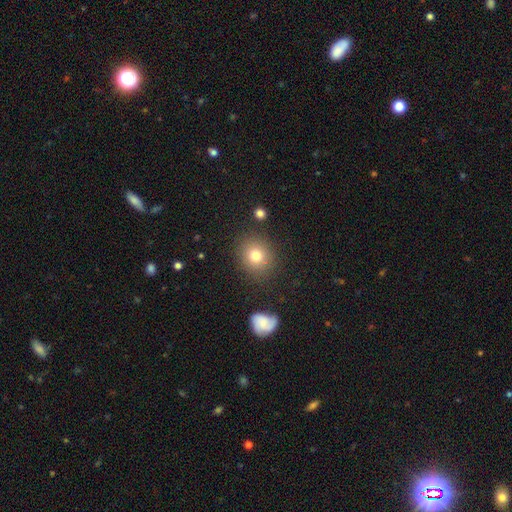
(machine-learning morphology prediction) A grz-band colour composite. It shows a smooth galaxy with no disk features (78%) that is round (80%). Merging: none (84%).